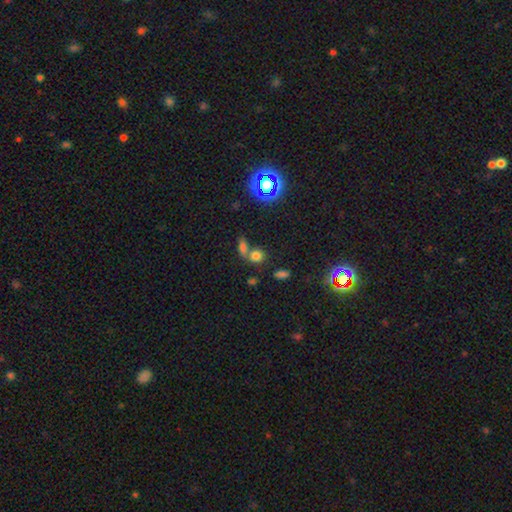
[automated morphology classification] Overall: smooth (69%). How rounded: round (60%; in between 37%). Merging: none (45%; merger 42%).